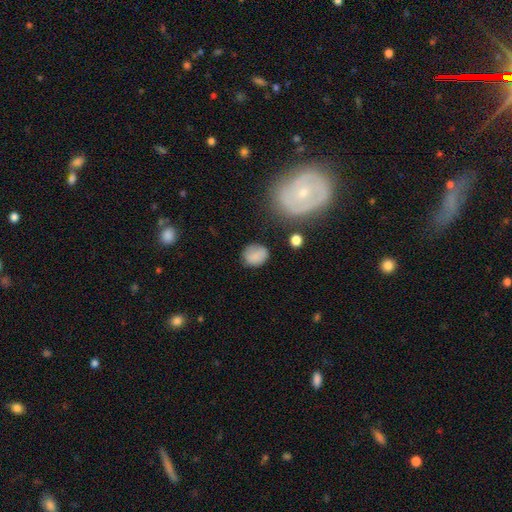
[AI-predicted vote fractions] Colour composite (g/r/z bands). It shows a smooth galaxy with no disk features (83%) that is round (61%). Merging: none (74%).